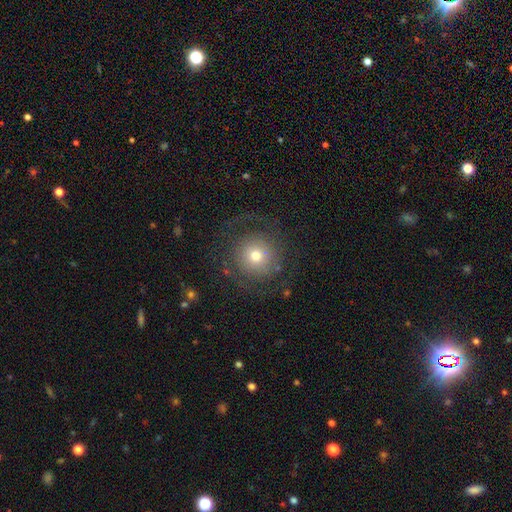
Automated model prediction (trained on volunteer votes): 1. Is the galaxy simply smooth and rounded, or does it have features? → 53% smooth, 35% featured or disk, 11% star or artifact.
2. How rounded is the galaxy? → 93% round, 6% in between, 1% cigar-shaped.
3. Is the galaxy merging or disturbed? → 71% none, 15% major disturbance, 12% minor disturbance, 2% merger.